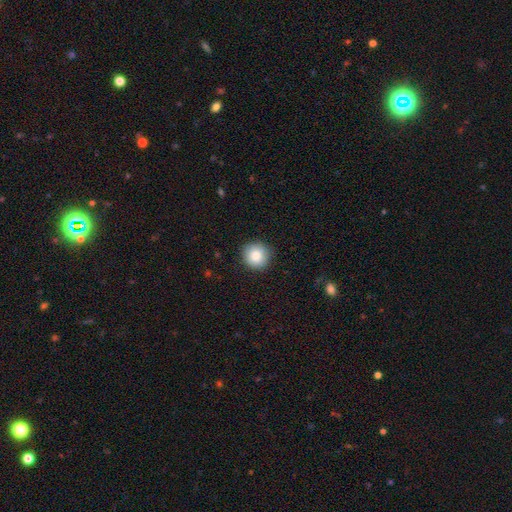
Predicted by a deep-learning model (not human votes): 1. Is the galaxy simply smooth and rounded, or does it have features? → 83% smooth, 9% star or artifact, 8% featured or disk.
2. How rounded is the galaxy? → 93% round, 6% in between, 1% cigar-shaped.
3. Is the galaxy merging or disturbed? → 90% none, 7% minor disturbance, 2% major disturbance, 1% merger.